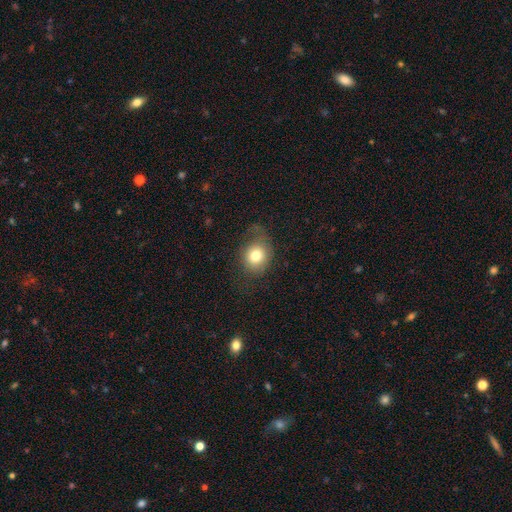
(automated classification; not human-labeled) Smooth or featured? Predicted: smooth (p=0.76). How rounded? Predicted: round (p=0.68). Merging? Predicted: none (p=0.58).